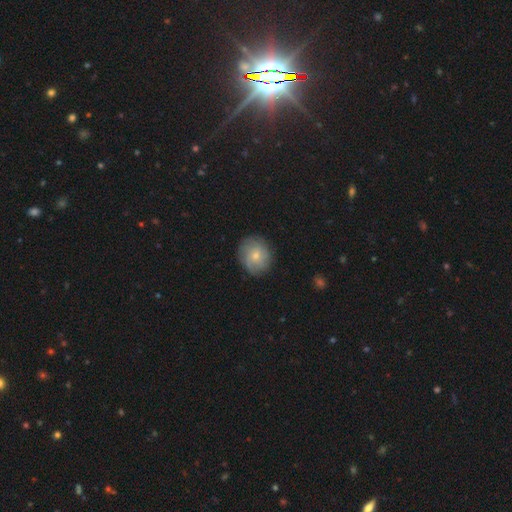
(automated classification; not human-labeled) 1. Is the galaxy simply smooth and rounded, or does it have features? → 53% smooth, 38% featured or disk, 8% star or artifact.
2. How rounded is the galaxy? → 81% round, 18% in between, 1% cigar-shaped.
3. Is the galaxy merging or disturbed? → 83% none, 12% minor disturbance, 4% major disturbance, 1% merger.